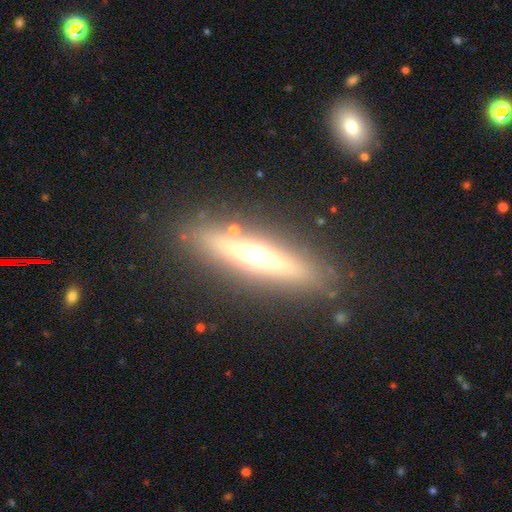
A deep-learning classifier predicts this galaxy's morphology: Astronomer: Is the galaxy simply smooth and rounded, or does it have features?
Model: featured or disk — 56% (runner-up: smooth, 34%).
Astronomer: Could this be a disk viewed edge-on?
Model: yes — 88%.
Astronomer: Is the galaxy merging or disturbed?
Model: none — 85%.